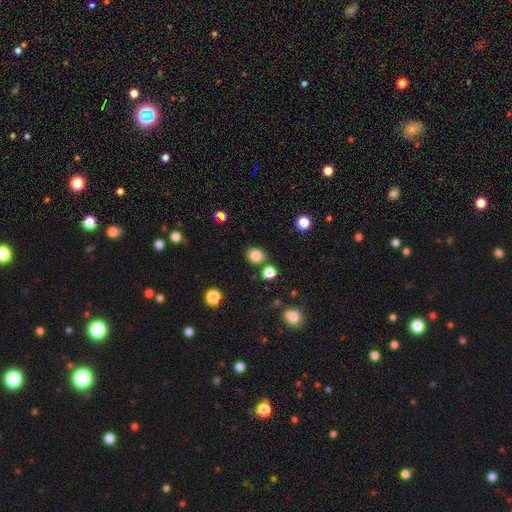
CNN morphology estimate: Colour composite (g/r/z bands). It shows a smooth galaxy with no disk features (81%) that is round (72%). Merging: none (80%).